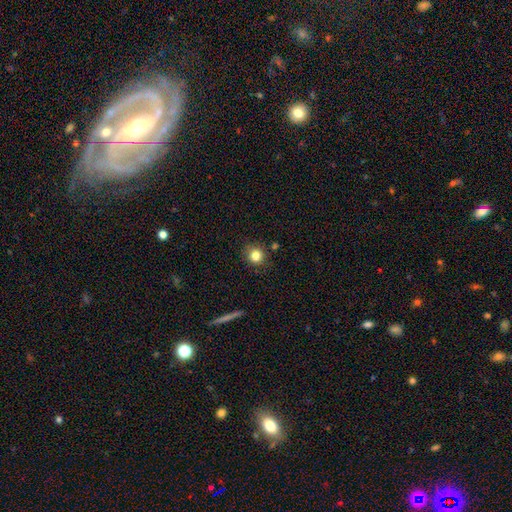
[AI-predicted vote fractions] A smooth galaxy with no disk features (82%) that is round (89%). Merging: none (85%).